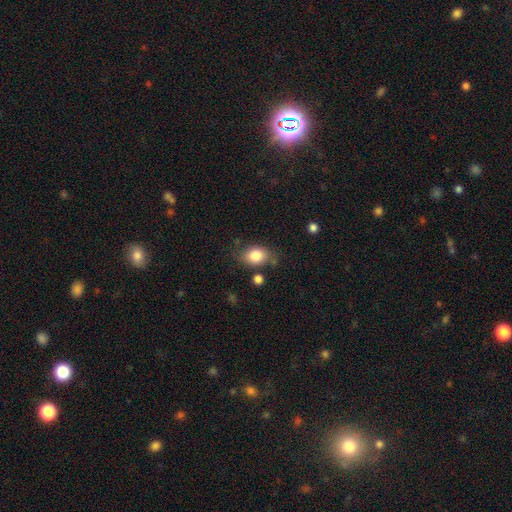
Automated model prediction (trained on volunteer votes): Smooth or featured?
  - smooth: 81% *
  - featured or disk: 10%
  - star or artifact: 9%
How rounded?
  - in between: 71% *
  - round: 28%
  - cigar-shaped: 1%
Merging?
  - none: 70% *
  - minor disturbance: 19%
  - major disturbance: 5%
  - merger: 5%